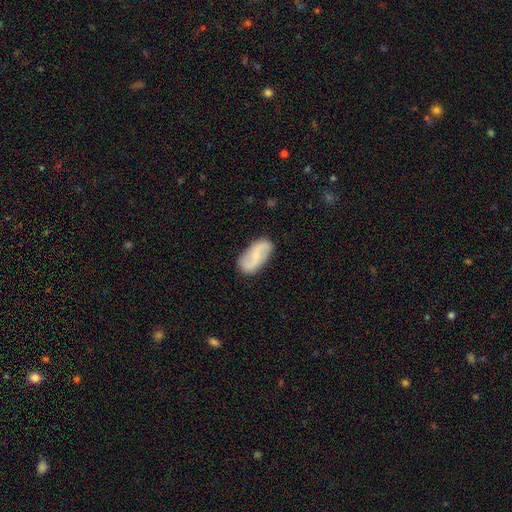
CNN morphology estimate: Q: Smooth or featured?
A: featured or disk (64%); runner-up: smooth (30%)
Q: Edge-on disk?
A: no (96%); runner-up: yes (4%)
Q: Bar?
A: weak (45%); runner-up: no (35%)
Q: Spiral arms?
A: yes (90%); runner-up: no (10%)
Q: Spiral winding?
A: loose (64%); runner-up: medium (26%)
Q: Spiral arm count?
A: 2 (91%); runner-up: can't tell (4%)
Q: Bulge size?
A: small (60%); runner-up: none (20%)
Q: Merging?
A: none (83%); runner-up: minor disturbance (13%)